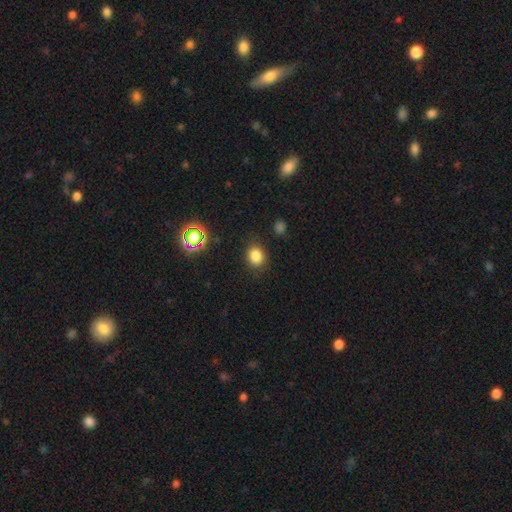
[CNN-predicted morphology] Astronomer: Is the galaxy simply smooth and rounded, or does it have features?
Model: smooth — 81%.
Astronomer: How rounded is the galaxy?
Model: round — 66%.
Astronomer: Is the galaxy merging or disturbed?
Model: none — 86%.